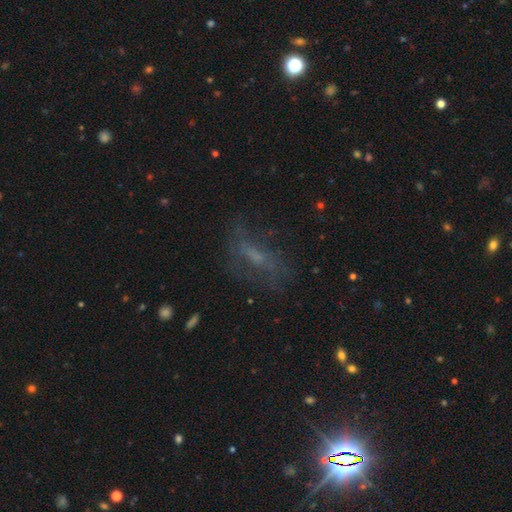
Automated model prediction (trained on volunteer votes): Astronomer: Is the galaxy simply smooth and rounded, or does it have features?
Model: featured or disk — 45% (runner-up: smooth, 33%).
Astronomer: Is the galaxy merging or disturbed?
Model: none — 55%.